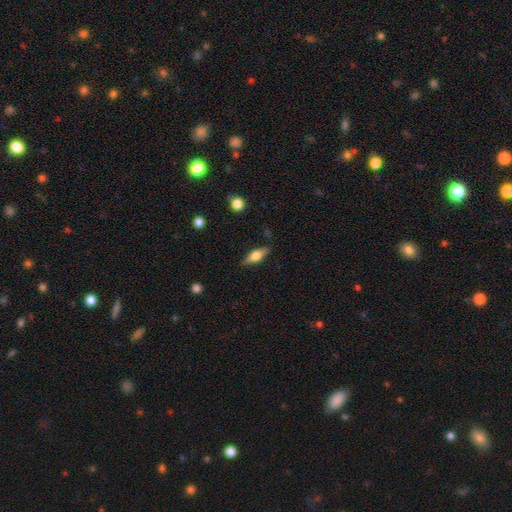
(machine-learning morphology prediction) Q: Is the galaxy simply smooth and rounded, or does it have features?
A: smooth — 51%.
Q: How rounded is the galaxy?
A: in between — 62%.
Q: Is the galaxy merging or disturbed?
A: none — 84%.